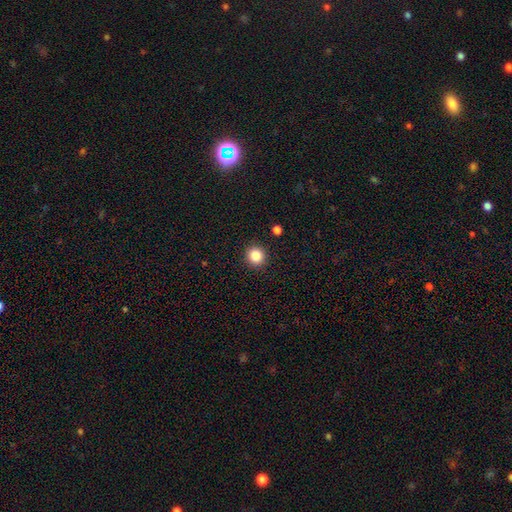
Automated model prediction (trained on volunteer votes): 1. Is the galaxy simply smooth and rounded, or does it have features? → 85% smooth, 11% star or artifact, 4% featured or disk.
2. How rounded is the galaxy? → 93% round, 6% in between, 1% cigar-shaped.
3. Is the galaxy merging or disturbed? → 92% none, 5% minor disturbance, 2% major disturbance, 1% merger.